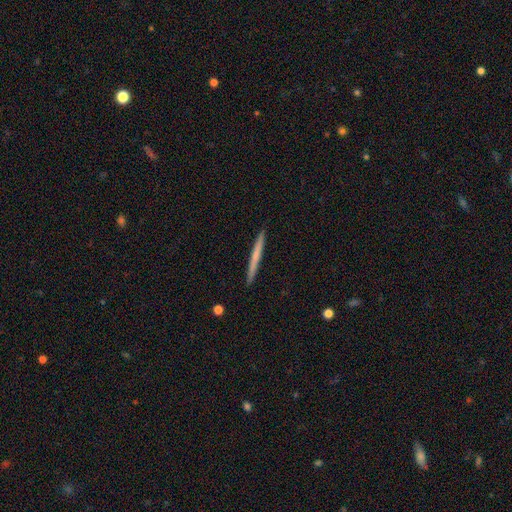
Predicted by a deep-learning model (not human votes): smooth_or_featured: smooth (p=0.58) [alt: featured or disk p=0.37]
how_rounded: cigar-shaped (p=0.97) [alt: in between p=0.02]
merging: none (p=0.93) [alt: minor disturbance p=0.05]